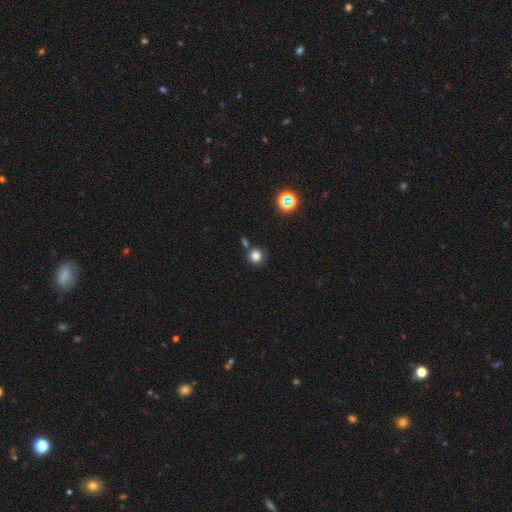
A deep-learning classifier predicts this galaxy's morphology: Smooth or featured: smooth — 79% (star or artifact — 15%)
How rounded: round — 87% (in between — 12%)
Merging: none — 72% (minor disturbance — 12%)